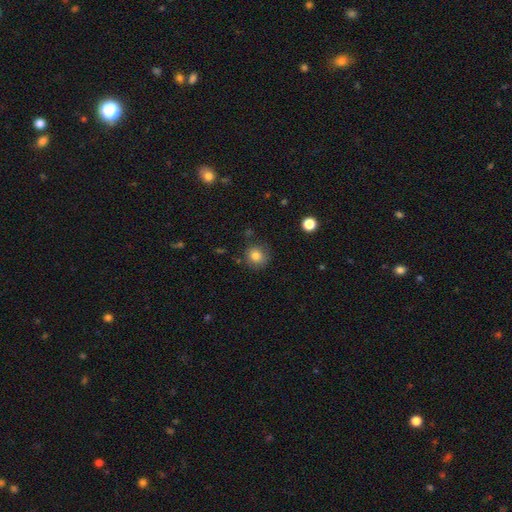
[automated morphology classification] smooth-or-featured: smooth: 81% | star or artifact: 11% | featured or disk: 8%
  how-rounded: round: 90% | in between: 9% | cigar-shaped: 1%
  merging: none: 83% | minor disturbance: 11% | major disturbance: 3% | merger: 3%